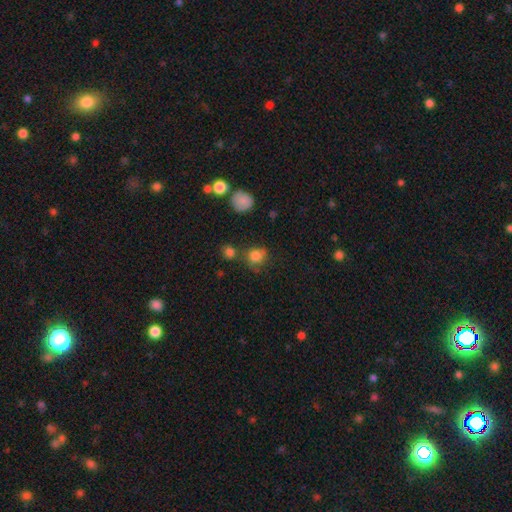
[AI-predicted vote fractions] smooth_or_featured: smooth (p=0.79) [alt: star or artifact p=0.12]
how_rounded: round (p=0.75) [alt: in between p=0.23]
merging: none (p=0.61) [alt: minor disturbance p=0.20]